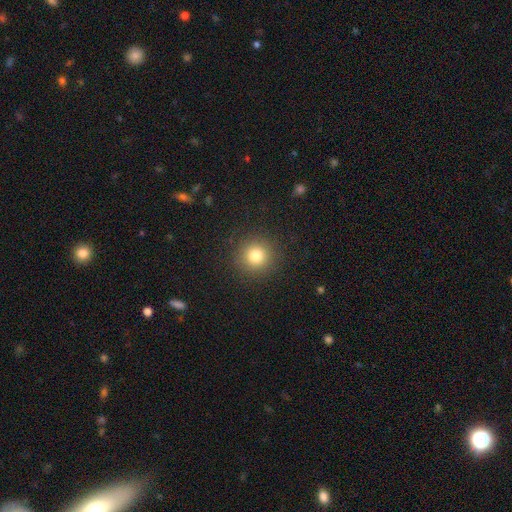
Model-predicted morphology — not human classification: Smooth or featured? Predicted: smooth (p=0.80). How rounded? Predicted: round (p=0.95). Merging? Predicted: none (p=0.91).